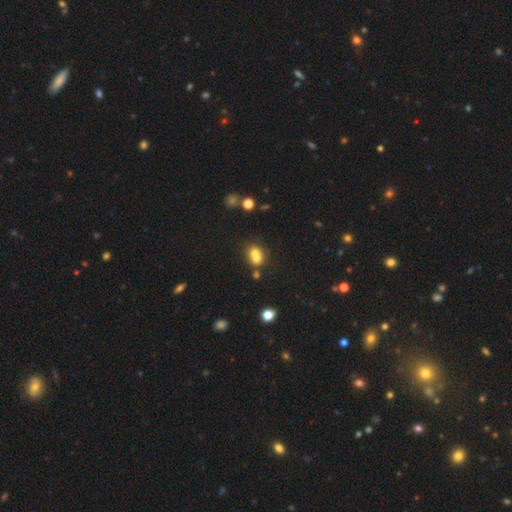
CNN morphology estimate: A smooth galaxy with no disk features (68%) that is round (50%). Merging: merger (60%).